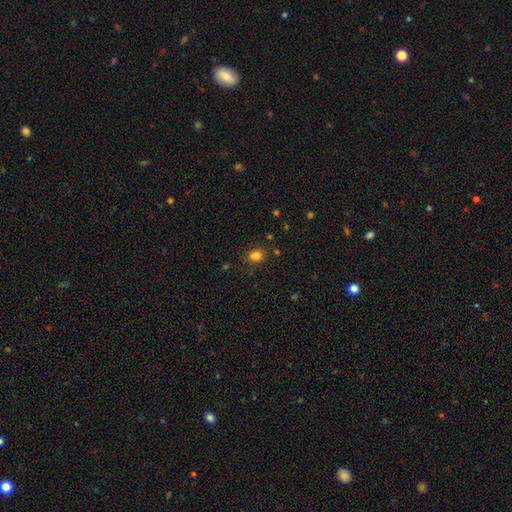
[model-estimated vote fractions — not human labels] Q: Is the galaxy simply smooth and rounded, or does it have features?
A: smooth — 78%.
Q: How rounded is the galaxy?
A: round — 55%.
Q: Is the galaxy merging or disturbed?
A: none — 71%.